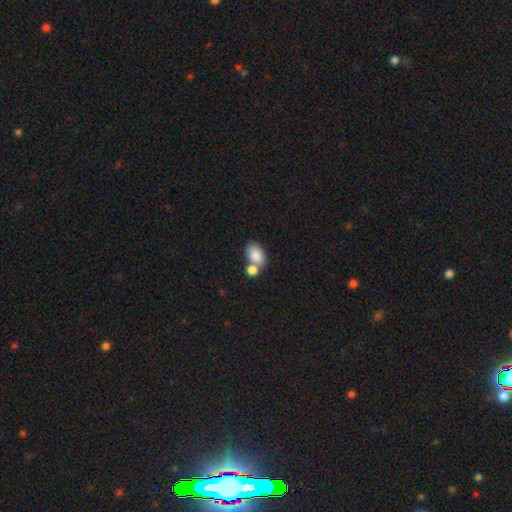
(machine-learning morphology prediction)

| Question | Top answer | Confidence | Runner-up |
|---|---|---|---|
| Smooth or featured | smooth | 85% | featured or disk (8%) |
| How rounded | in between | 89% | round (10%) |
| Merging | merger | 43% | none (41%) |